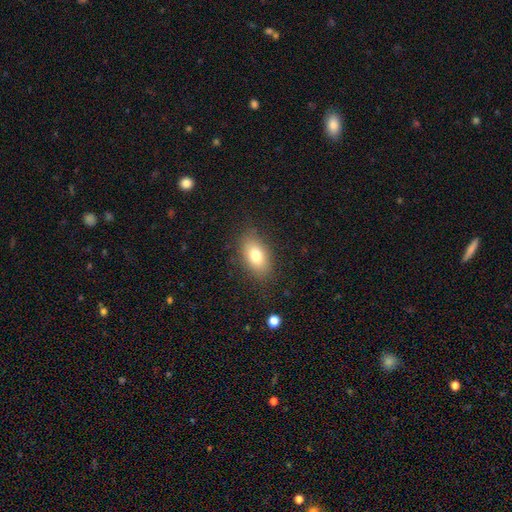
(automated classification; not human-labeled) The model was most divided on "smooth or featured": smooth: 76%, featured or disk: 14%, star or artifact: 9%. More confident: how rounded — in between (88%); merging — none (83%).